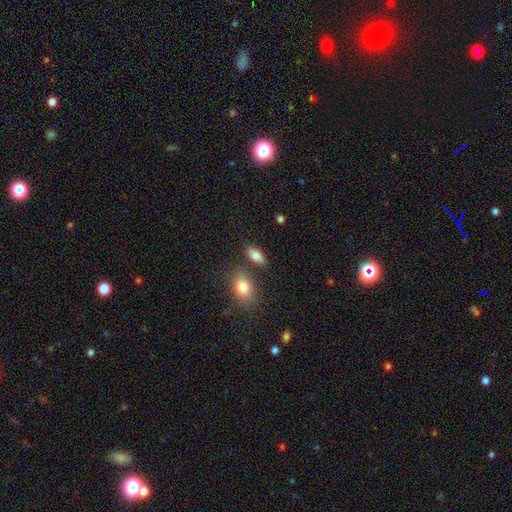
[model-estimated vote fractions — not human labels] Smooth or featured? smooth (83%)
How rounded? in between (87%)
Merging? none (76%)